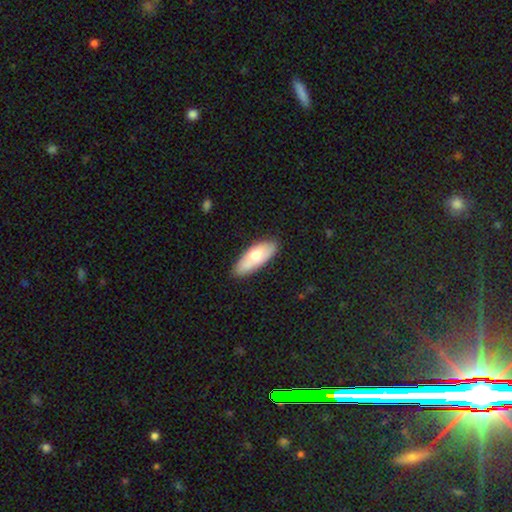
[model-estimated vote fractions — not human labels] Smooth or featured?
  - smooth: 68% *
  - featured or disk: 26%
  - star or artifact: 6%
How rounded?
  - in between: 79% *
  - cigar-shaped: 19%
  - round: 2%
Merging?
  - none: 79% *
  - minor disturbance: 16%
  - major disturbance: 3%
  - merger: 2%